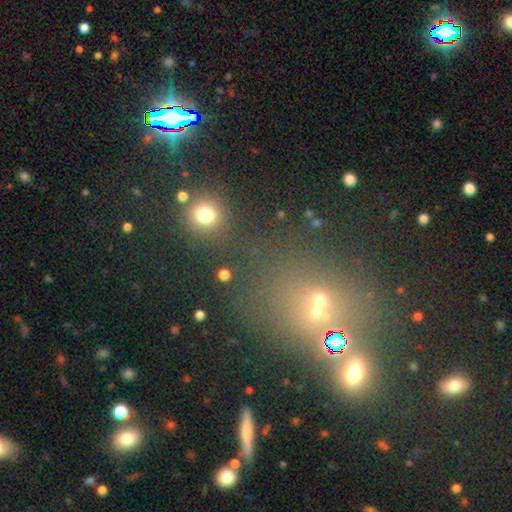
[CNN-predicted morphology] smooth-or-featured: star or artifact: 45% | smooth: 43% | featured or disk: 12%